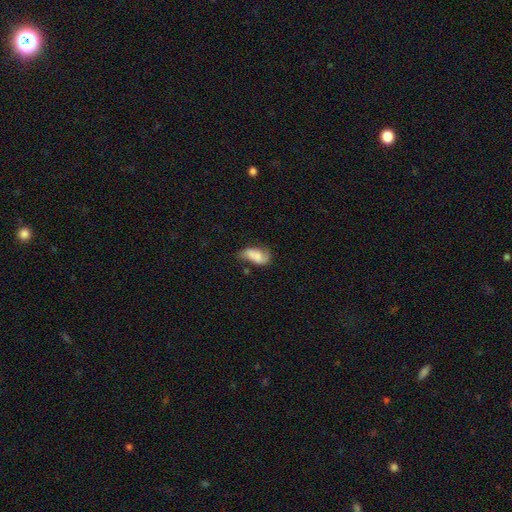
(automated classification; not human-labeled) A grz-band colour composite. It shows a smooth galaxy with no disk features (58%) that is in between round and cigar-shaped (90%). Merging: none (34%).